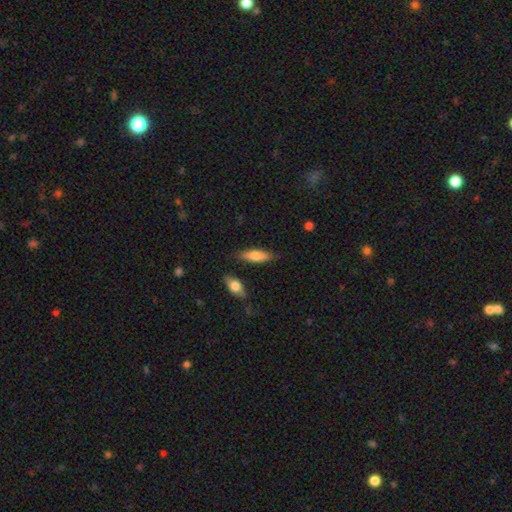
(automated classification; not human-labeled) Q: Smooth or featured?
A: smooth (70%); runner-up: featured or disk (24%)
Q: How rounded?
A: cigar-shaped (50%); runner-up: in between (47%)
Q: Merging?
A: none (80%); runner-up: minor disturbance (13%)